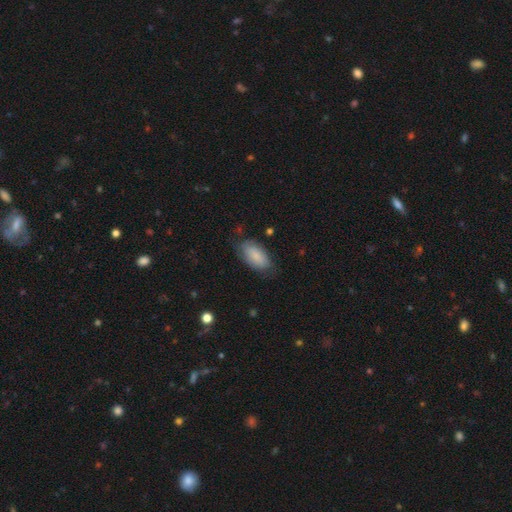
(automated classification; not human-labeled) Smooth or featured? smooth (81%)
How rounded? in between (93%)
Merging? none (70%)